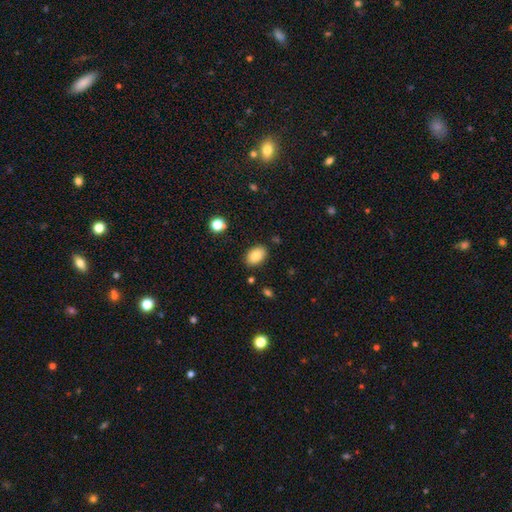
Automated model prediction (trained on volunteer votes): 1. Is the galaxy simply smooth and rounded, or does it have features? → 85% smooth, 8% star or artifact, 7% featured or disk.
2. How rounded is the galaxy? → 89% in between, 9% round, 1% cigar-shaped.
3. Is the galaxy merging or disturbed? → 85% none, 10% minor disturbance, 3% major disturbance, 2% merger.